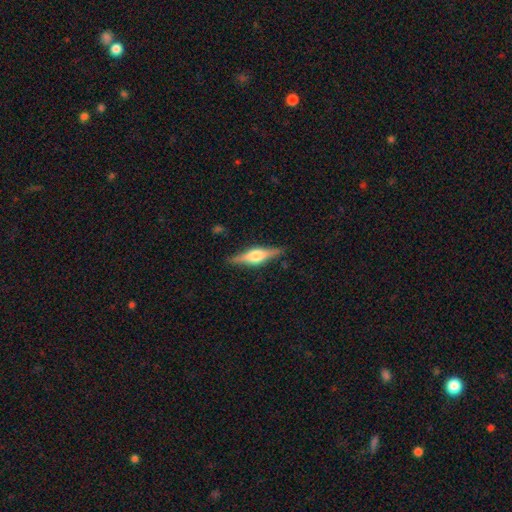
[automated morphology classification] Smooth or featured? featured or disk (69%)
Edge-on disk? yes (97%)
Edge-on bulge? rounded (89%)
Merging? none (87%)